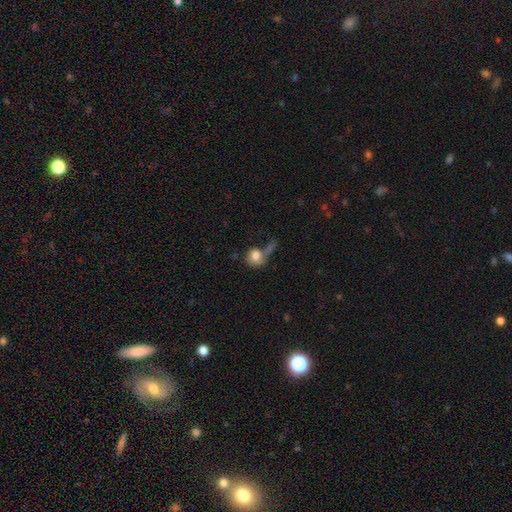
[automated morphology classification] Smooth or featured? Predicted: smooth (p=0.75). How rounded? Predicted: round (p=0.72). Merging? Predicted: major disturbance (p=0.31).